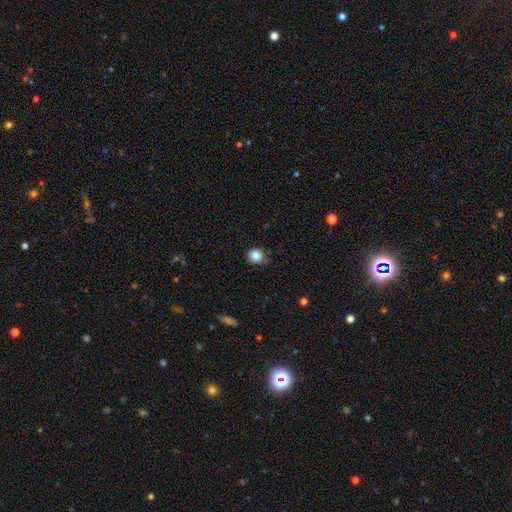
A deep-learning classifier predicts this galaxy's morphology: The model was most divided on "merging": none: 80%, minor disturbance: 15%, major disturbance: 3%, merger: 1%. More confident: how rounded — round (92%); smooth or featured — smooth (86%).